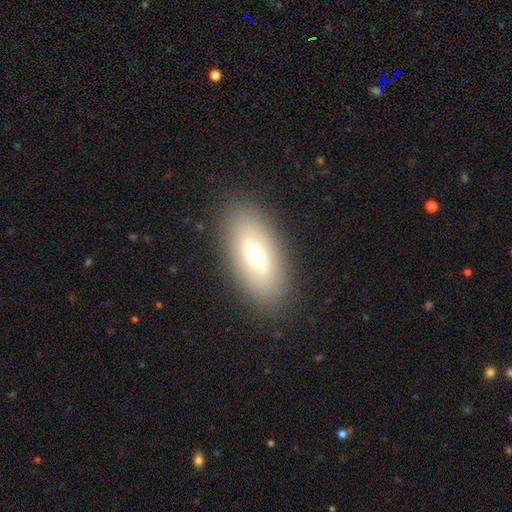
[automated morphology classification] type=smooth (52%); roundness=in between (86%); merging=none (87%).